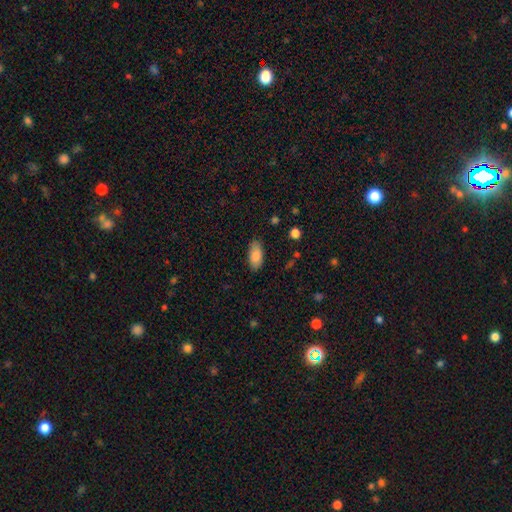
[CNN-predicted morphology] type=smooth (86%); roundness=in between (90%); merging=none (84%).